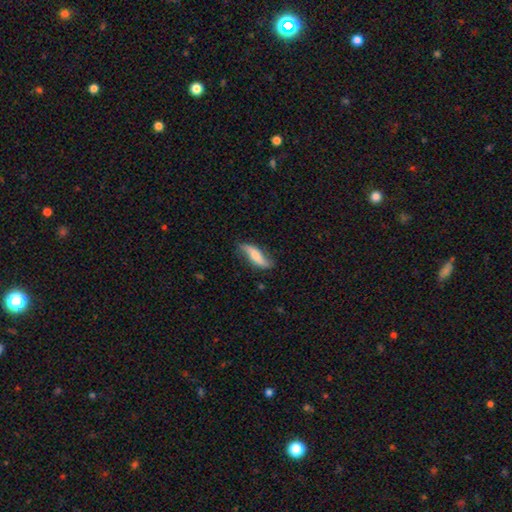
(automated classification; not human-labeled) A smooth galaxy with no disk features (47%).

Vote fractions:
- Smooth or featured? smooth: 47% / featured or disk: 46% / star or artifact: 6%
- Merging? none: 70% / minor disturbance: 22% / major disturbance: 6% / merger: 2%